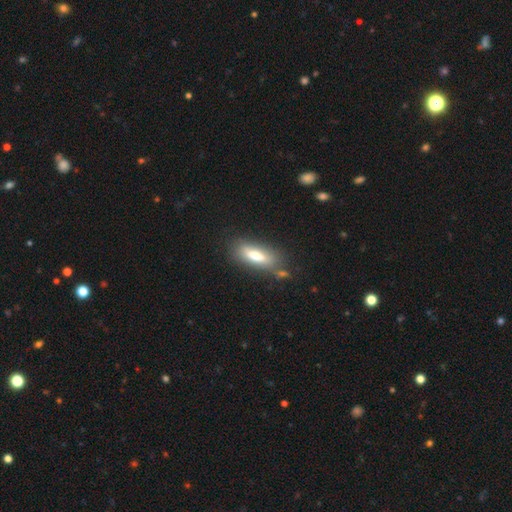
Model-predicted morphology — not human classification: smooth-or-featured: smooth: 71% | featured or disk: 21% | star or artifact: 8%
  how-rounded: in between: 65% | cigar-shaped: 32% | round: 2%
  merging: none: 72% | minor disturbance: 17% | merger: 7% | major disturbance: 5%